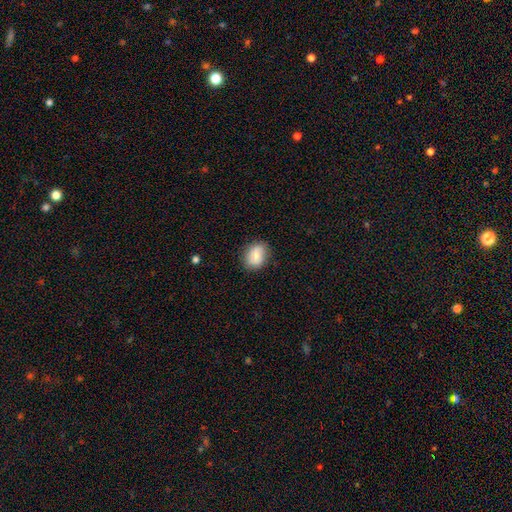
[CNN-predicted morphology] Overall: smooth (77%). How rounded: in between (59%; round 40%). Merging: none (82%).